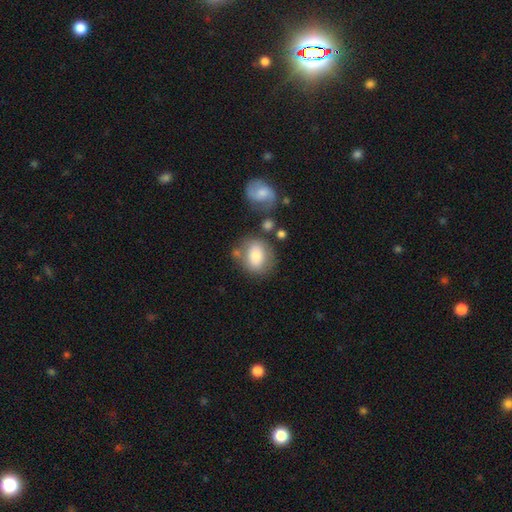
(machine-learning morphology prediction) This appears to be a smooth galaxy with no disk features (76%) that is round (54%). Merging: none (60%).